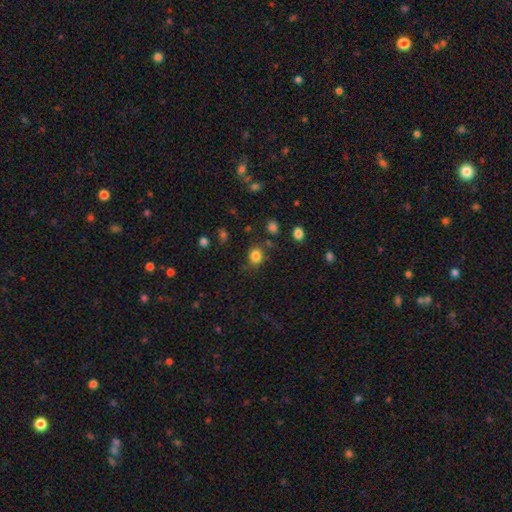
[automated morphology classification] This appears to be a smooth galaxy with no disk features (82%) that is round (57%). Merging: none (75%).